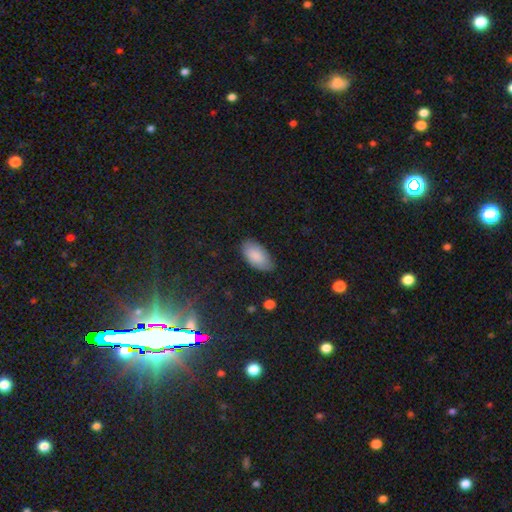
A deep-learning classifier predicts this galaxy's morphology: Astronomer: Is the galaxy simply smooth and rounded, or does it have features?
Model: smooth — 85%.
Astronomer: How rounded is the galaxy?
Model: in between — 95%.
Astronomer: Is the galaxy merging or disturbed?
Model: none — 77%.